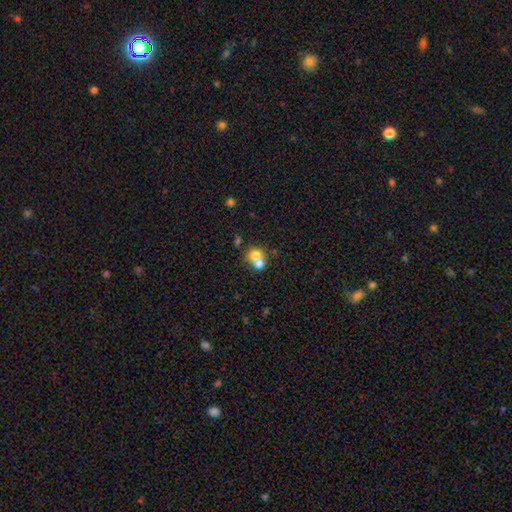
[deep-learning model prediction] The model was most divided on "merging": merger: 59%, none: 32%, minor disturbance: 6%, major disturbance: 3%. More confident: how rounded — round (78%); smooth or featured — smooth (70%).